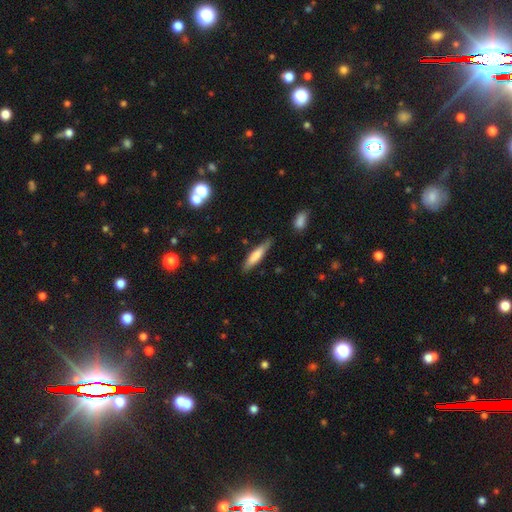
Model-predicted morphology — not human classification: Smooth or featured?
  - smooth: 71% *
  - featured or disk: 24%
  - star or artifact: 6%
How rounded?
  - cigar-shaped: 80% *
  - in between: 19%
  - round: 1%
Merging?
  - none: 79% *
  - minor disturbance: 16%
  - major disturbance: 3%
  - merger: 2%